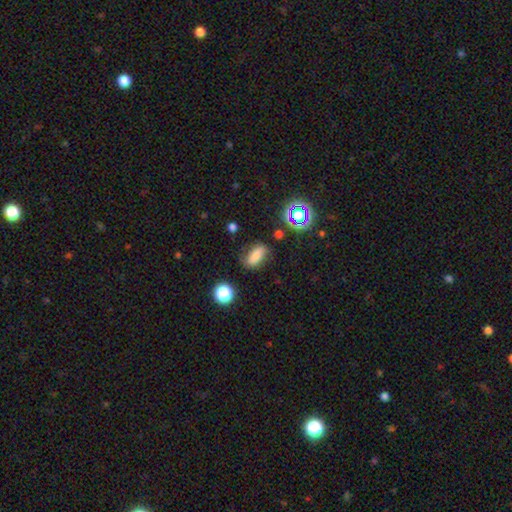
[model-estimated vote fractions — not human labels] This is likely a smooth galaxy (72%). How rounded: likely in between (75%). Merging: likely none (73%).